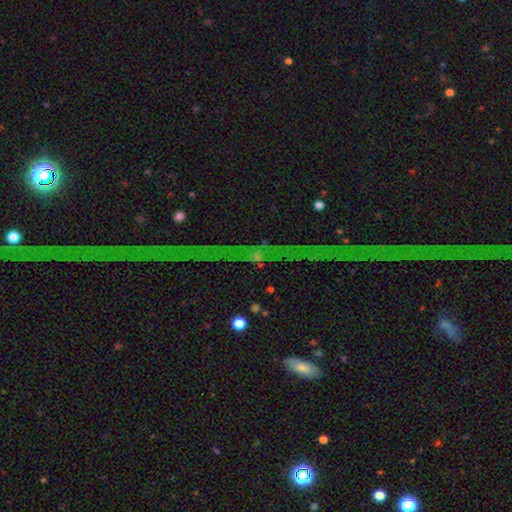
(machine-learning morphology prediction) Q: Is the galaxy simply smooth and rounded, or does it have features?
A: star or artifact — 69%.